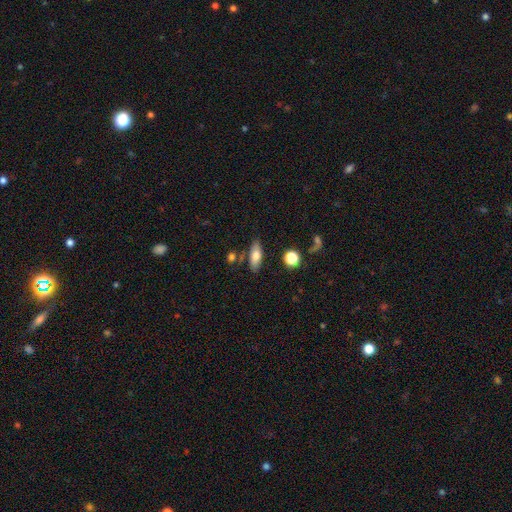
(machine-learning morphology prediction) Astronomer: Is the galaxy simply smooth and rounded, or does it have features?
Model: smooth — 73%.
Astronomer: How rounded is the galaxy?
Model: in between — 73%.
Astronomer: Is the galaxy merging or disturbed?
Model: none — 78%.